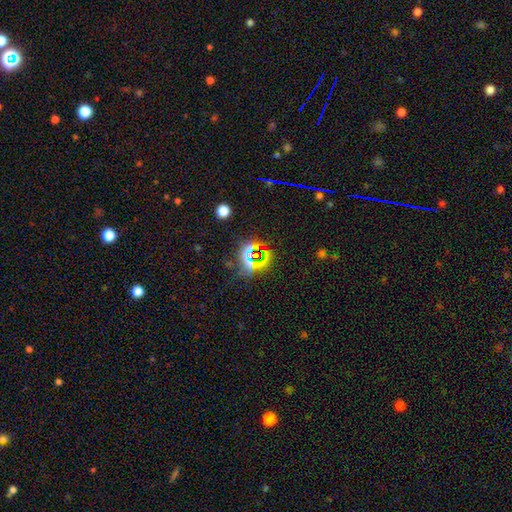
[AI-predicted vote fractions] Smooth or featured? star or artifact (71%)